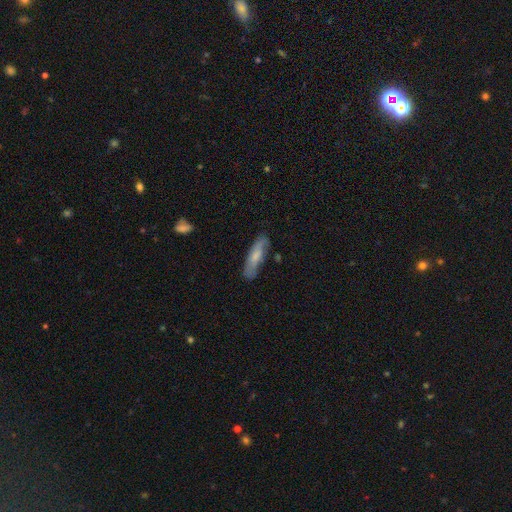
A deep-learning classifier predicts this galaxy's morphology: Smooth or featured?
  - smooth: 62% *
  - featured or disk: 32%
  - star or artifact: 6%
How rounded?
  - cigar-shaped: 68% *
  - in between: 30%
  - round: 2%
Merging?
  - none: 75% *
  - minor disturbance: 19%
  - major disturbance: 4%
  - merger: 2%